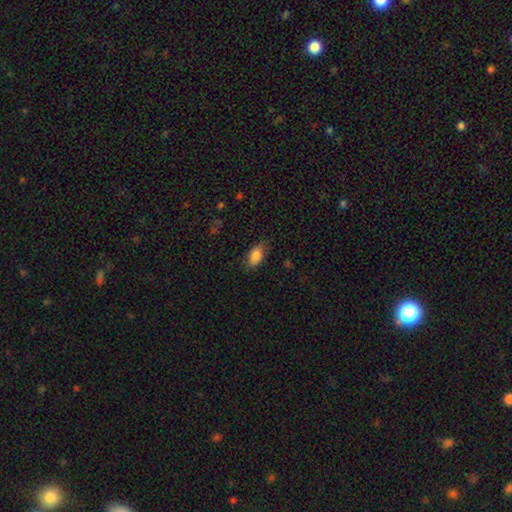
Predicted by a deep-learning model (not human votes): This is clearly a smooth galaxy (85%). How rounded: clearly in between (90%). Merging: clearly none (80%).